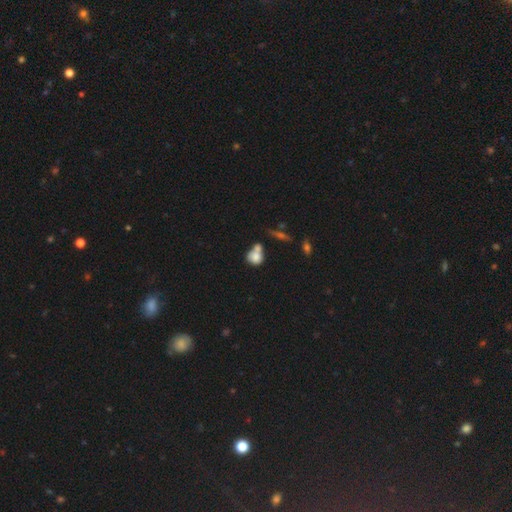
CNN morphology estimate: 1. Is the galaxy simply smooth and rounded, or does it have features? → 74% smooth, 16% featured or disk, 10% star or artifact.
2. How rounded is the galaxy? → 60% round, 38% in between, 2% cigar-shaped.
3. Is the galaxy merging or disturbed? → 45% merger, 32% none, 15% minor disturbance, 8% major disturbance.